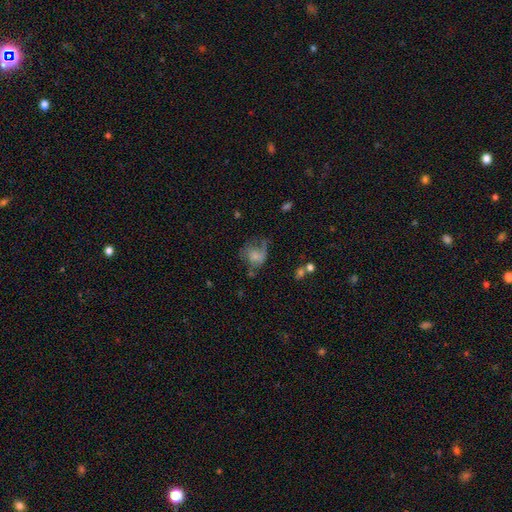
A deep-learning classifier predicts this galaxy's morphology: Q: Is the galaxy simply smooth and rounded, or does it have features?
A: smooth — 47%.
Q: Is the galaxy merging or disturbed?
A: major disturbance — 38%.